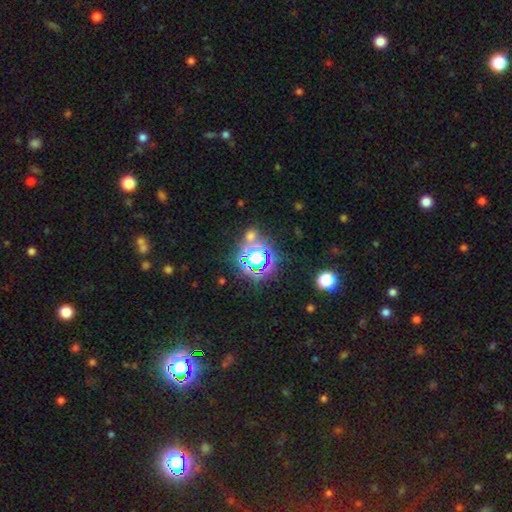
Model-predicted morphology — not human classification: Smooth or featured: star or artifact — 74% (smooth — 18%)